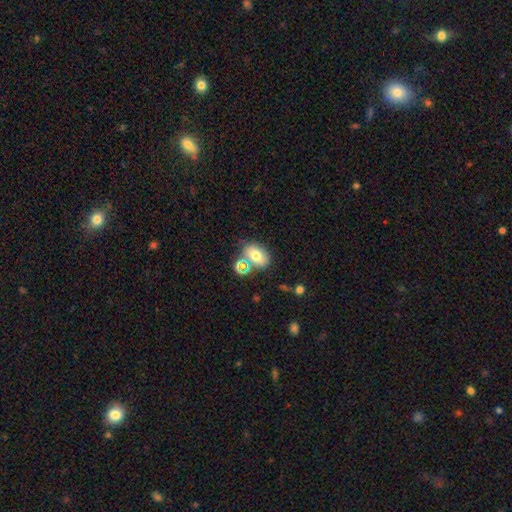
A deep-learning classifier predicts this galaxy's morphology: Smooth or featured: smooth — 69% (featured or disk — 17%)
How rounded: in between — 71% (round — 28%)
Merging: none — 65% (minor disturbance — 15%)